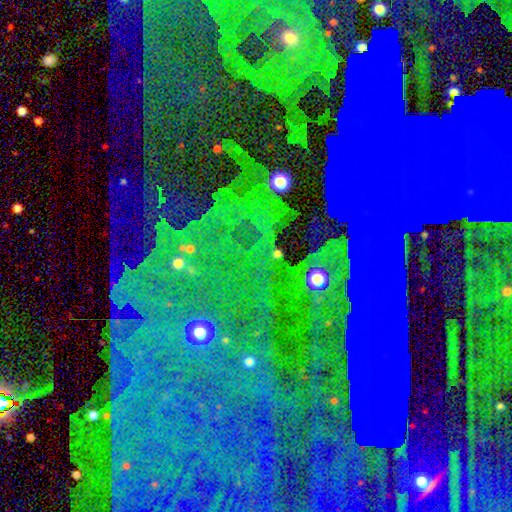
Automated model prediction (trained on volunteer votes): Overall: star or artifact (84%).